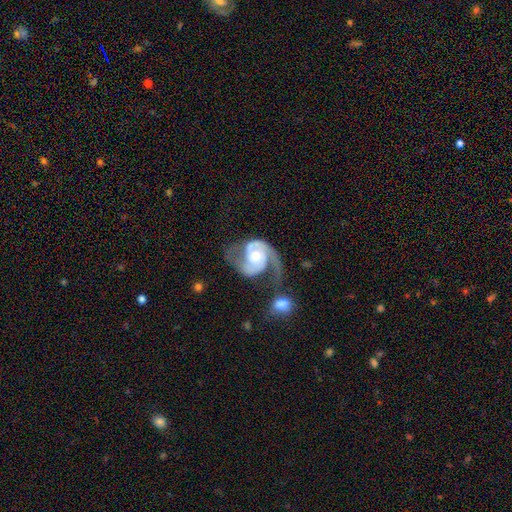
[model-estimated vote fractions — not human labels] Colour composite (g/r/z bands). It shows a featured or disk galaxy (89%) with no bar (67%), 2 (84%) medium (48%) spiral arms (96%) and a moderate central bulge (67%). Merging: none (37%).